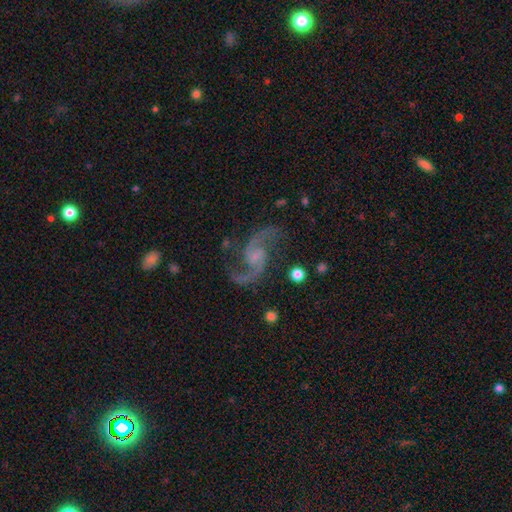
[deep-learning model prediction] This appears to be a featured or disk galaxy (92%) with no bar (50%), 2 (94%) loose (53%) spiral arms (98%) and a small central bulge (42%). Merging: none (77%).